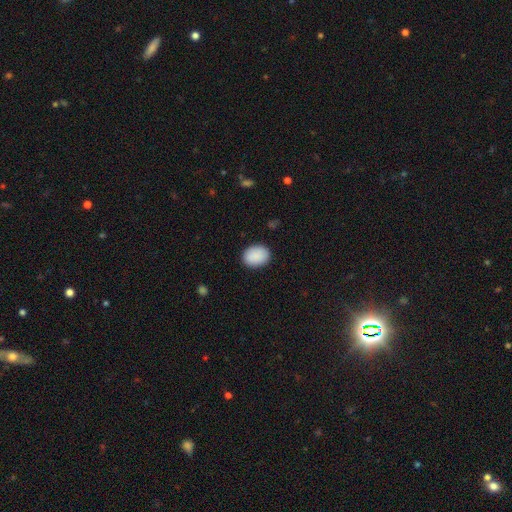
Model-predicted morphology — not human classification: This is clearly a smooth galaxy (90%). How rounded: likely in between (66%). Merging: clearly none (88%).